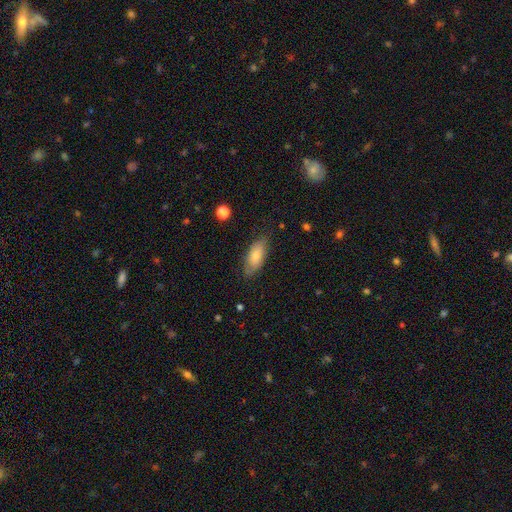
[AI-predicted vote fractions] This appears to be a smooth galaxy with no disk features (76%) that is in between round and cigar-shaped (84%). Merging: none (77%).